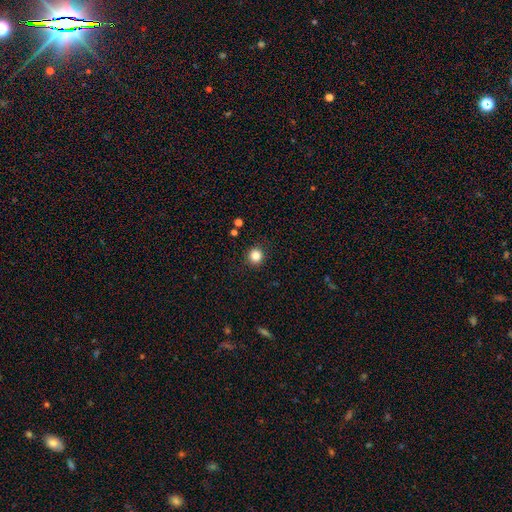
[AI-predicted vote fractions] Overall: smooth (84%). How rounded: round (93%). Merging: none (92%).